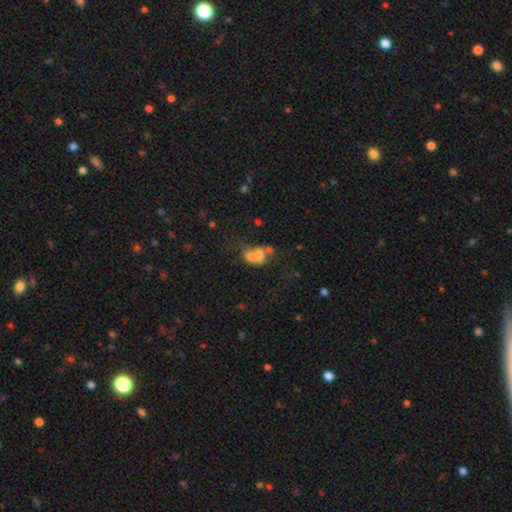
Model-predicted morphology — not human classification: smooth 59%, featured or disk 28%, star or artifact 13%. Down the decision tree: how rounded — in between (64%); merging — merger (58%).